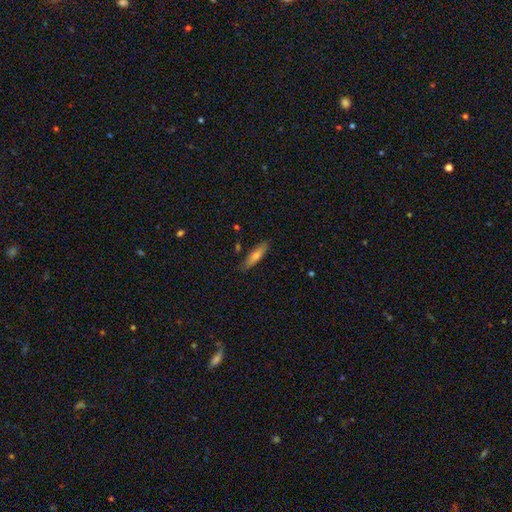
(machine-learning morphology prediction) type=smooth (61%); roundness=cigar-shaped (73%); merging=none (85%).